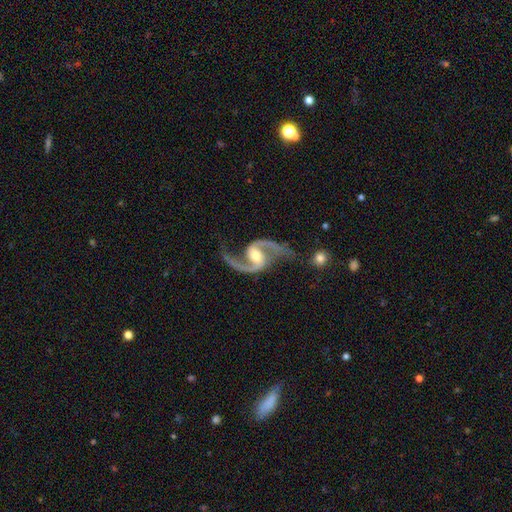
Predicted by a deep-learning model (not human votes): Smooth or featured?
  - featured or disk: 94% *
  - star or artifact: 4%
  - smooth: 2%
Edge-on disk?
  - no: 98% *
  - yes: 2%
Bar?
  - weak: 45% *
  - strong: 34%
  - no: 22%
Spiral arms?
  - yes: 98% *
  - no: 2%
Spiral winding?
  - loose: 55% *
  - medium: 38%
  - tight: 7%
Spiral arm count?
  - 2: 95% *
  - 1: 1%
  - can't tell: 1%
  - 3: 1%
  - 4: 1%
  - more than 4: 1%
Bulge size?
  - moderate: 66% *
  - small: 26%
  - large: 6%
  - none: 2%
  - dominant: 1%
Merging?
  - none: 72% *
  - minor disturbance: 15%
  - major disturbance: 9%
  - merger: 4%